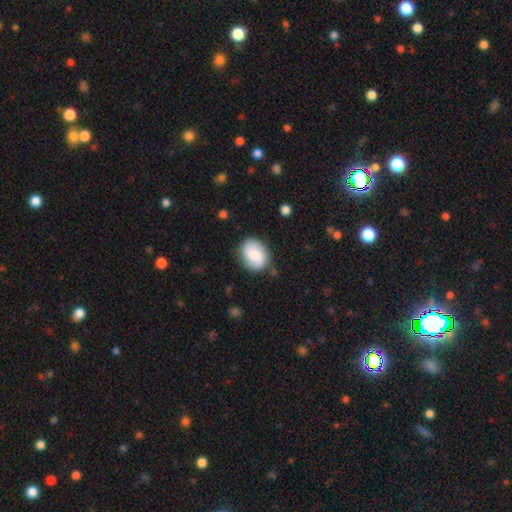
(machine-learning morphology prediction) Smooth or featured?
  - smooth: 59% *
  - featured or disk: 34%
  - star or artifact: 7%
How rounded?
  - in between: 56% *
  - round: 43%
  - cigar-shaped: 1%
Merging?
  - none: 79% *
  - minor disturbance: 15%
  - major disturbance: 4%
  - merger: 2%